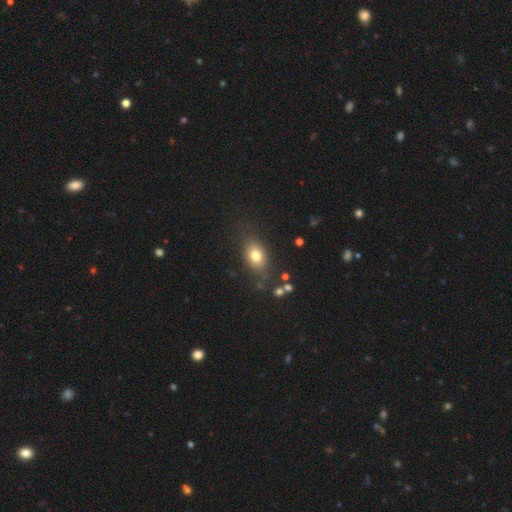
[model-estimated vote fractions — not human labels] smooth 77%, featured or disk 12%, star or artifact 11%. Down the decision tree: how rounded — in between (74%); merging — none (76%).